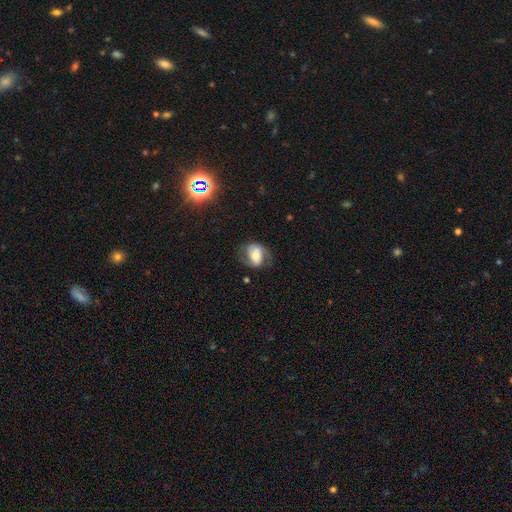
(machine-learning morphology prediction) Smooth or featured: featured or disk — 51% (smooth — 40%)
Edge-on disk: no — 95% (yes — 5%)
Merging: none — 63% (minor disturbance — 22%)